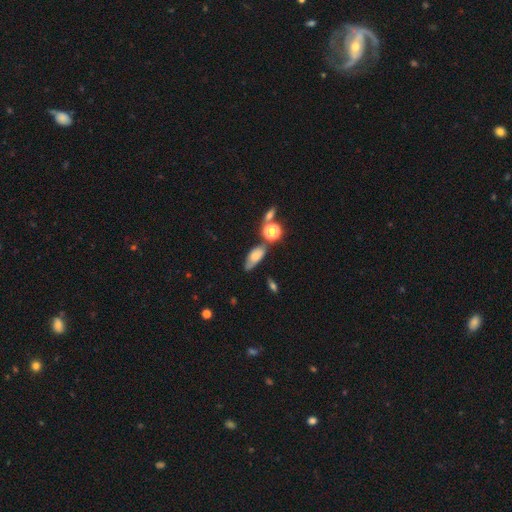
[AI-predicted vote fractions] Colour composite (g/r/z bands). It shows a smooth galaxy with no disk features (64%) that is in between round and cigar-shaped (77%). Merging: none (55%).